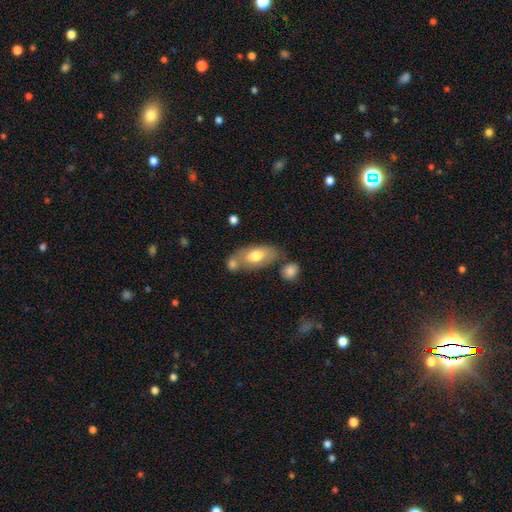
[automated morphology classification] This appears to be a smooth galaxy with no disk features (69%) that is in between round and cigar-shaped (90%). Merging: none (53%).